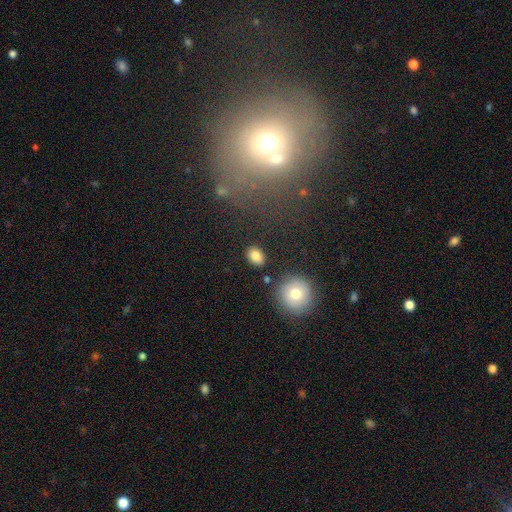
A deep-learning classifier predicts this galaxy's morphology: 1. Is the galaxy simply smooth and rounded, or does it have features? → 83% smooth, 10% star or artifact, 8% featured or disk.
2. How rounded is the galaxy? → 68% in between, 31% round, 1% cigar-shaped.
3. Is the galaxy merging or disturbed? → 83% none, 10% minor disturbance, 4% merger, 3% major disturbance.